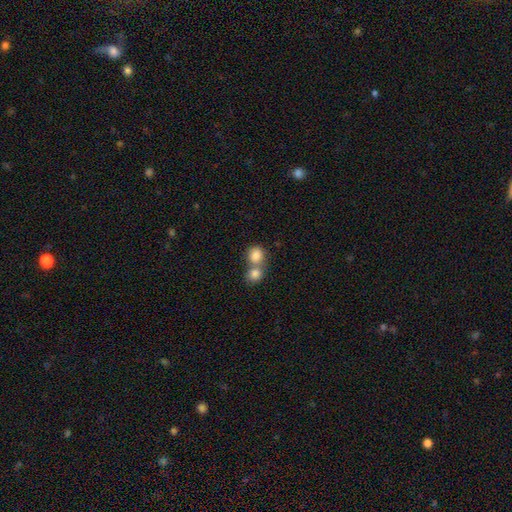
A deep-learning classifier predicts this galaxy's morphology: A smooth galaxy with no disk features (84%) that is round (77%).

Vote fractions:
- Smooth or featured? smooth: 84% / star or artifact: 9% / featured or disk: 8%
- How rounded? round: 77% / in between: 22% / cigar-shaped: 1%
- Merging? merger: 57% / none: 35% / minor disturbance: 6% / major disturbance: 2%